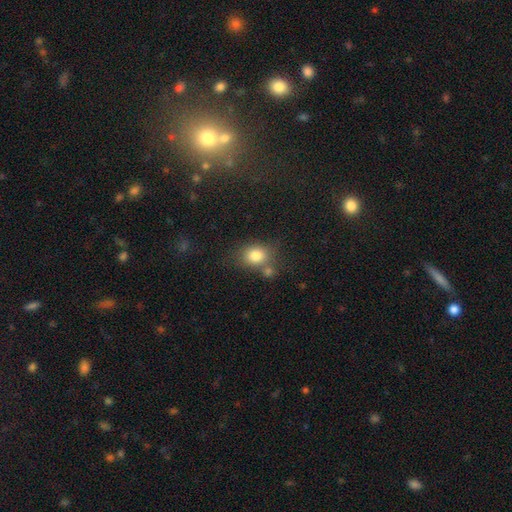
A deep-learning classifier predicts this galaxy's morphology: smooth 80%, star or artifact 11%, featured or disk 9%. Down the decision tree: how rounded — round (58%); merging — none (57%).